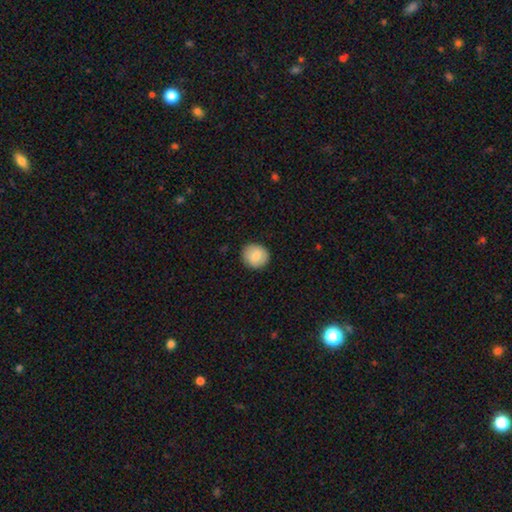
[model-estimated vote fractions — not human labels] smooth-or-featured: smooth: 84% | featured or disk: 9% | star or artifact: 7%
  how-rounded: round: 86% | in between: 13% | cigar-shaped: 1%
  merging: none: 90% | minor disturbance: 8% | major disturbance: 2% | merger: 1%